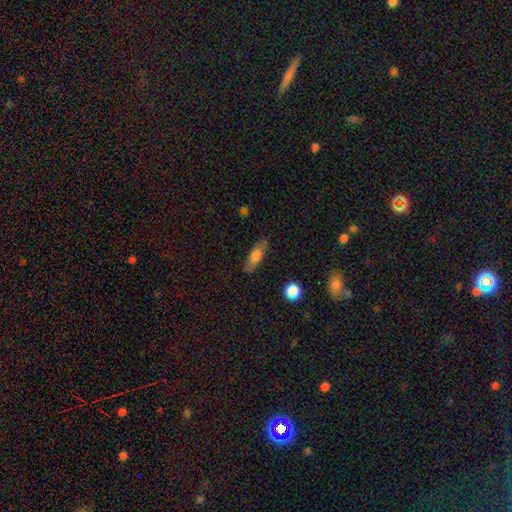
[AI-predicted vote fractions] Overall: smooth (66%; featured or disk 27%). How rounded: in between (53%; cigar-shaped 44%). Merging: none (81%).